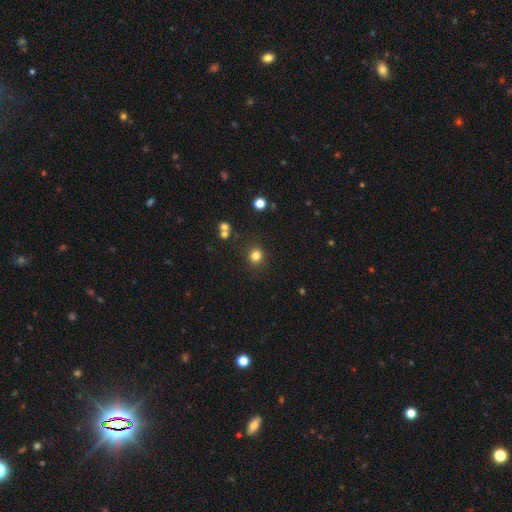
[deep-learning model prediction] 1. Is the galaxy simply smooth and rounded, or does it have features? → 81% smooth, 14% star or artifact, 5% featured or disk.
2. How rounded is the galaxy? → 84% round, 15% in between, 1% cigar-shaped.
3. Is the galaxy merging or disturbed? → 86% none, 8% minor disturbance, 3% major disturbance, 3% merger.